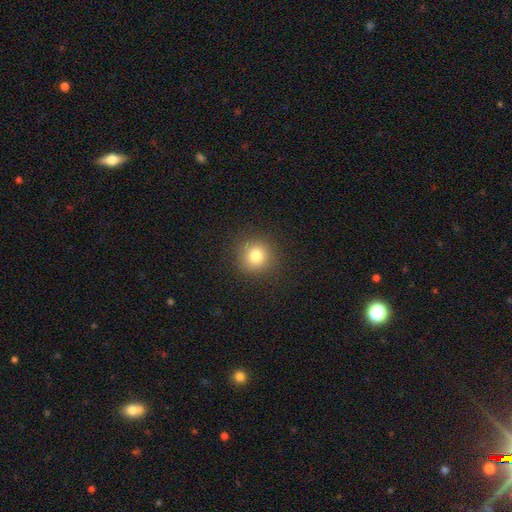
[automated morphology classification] Smooth or featured?
  - smooth: 79% *
  - star or artifact: 13%
  - featured or disk: 8%
How rounded?
  - round: 93% *
  - in between: 6%
  - cigar-shaped: 1%
Merging?
  - none: 90% *
  - minor disturbance: 6%
  - major disturbance: 2%
  - merger: 1%